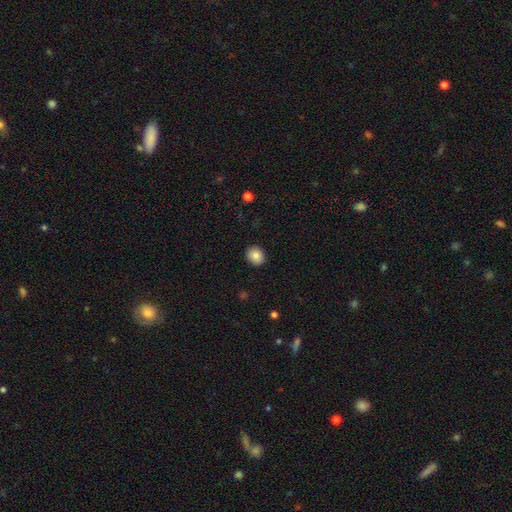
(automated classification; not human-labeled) Smooth or featured? smooth (86%)
How rounded? round (74%)
Merging? none (91%)